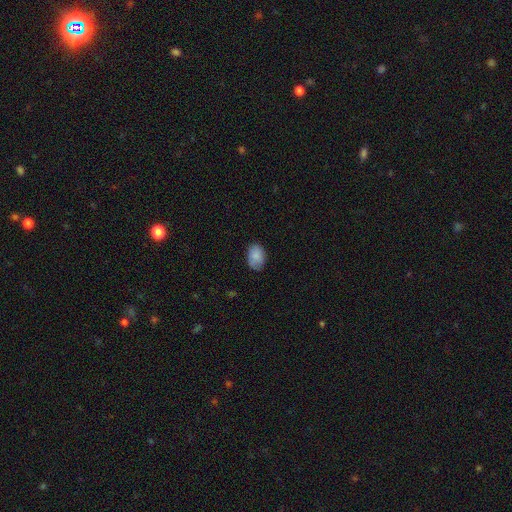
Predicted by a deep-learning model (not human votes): smooth_or_featured: smooth (p=0.86) [alt: star or artifact p=0.07]
how_rounded: in between (p=0.84) [alt: round p=0.15]
merging: none (p=0.76) [alt: minor disturbance p=0.20]